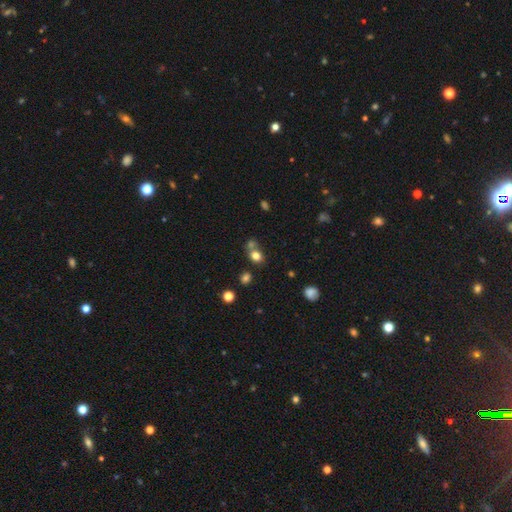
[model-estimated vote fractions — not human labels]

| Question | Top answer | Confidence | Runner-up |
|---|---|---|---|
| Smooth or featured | smooth | 77% | star or artifact (15%) |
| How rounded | round | 63% | in between (36%) |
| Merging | none | 49% | merger (37%) |